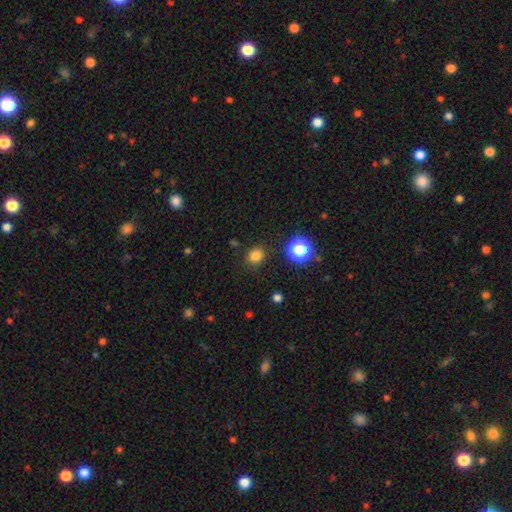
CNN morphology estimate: A smooth galaxy with no disk features (80%) that is round (76%). Merging: none (86%).